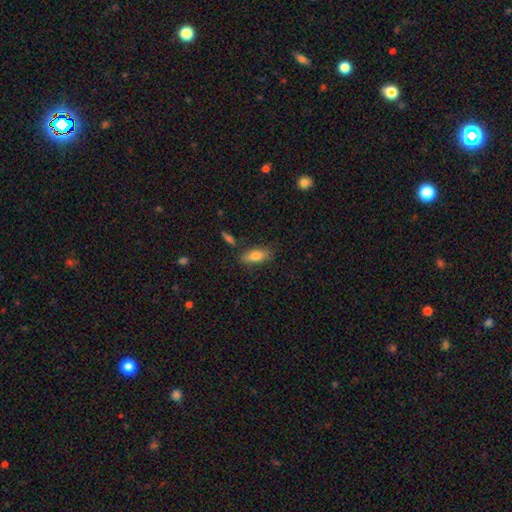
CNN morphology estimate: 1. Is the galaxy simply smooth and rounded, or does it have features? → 78% smooth, 14% featured or disk, 7% star or artifact.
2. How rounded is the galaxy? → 79% in between, 18% cigar-shaped, 3% round.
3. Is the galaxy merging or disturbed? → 81% none, 12% minor disturbance, 4% merger, 3% major disturbance.